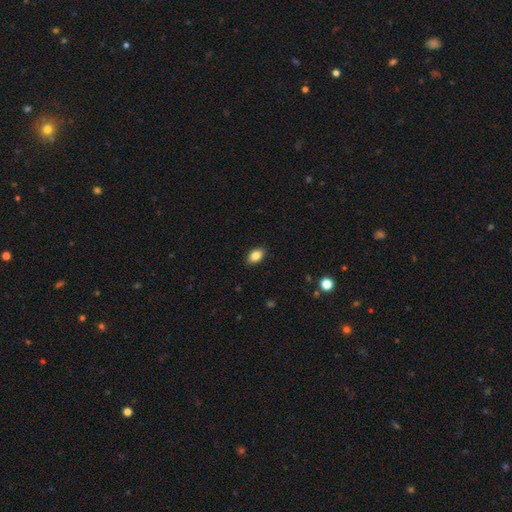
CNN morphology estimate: smooth-or-featured: smooth: 86% | star or artifact: 8% | featured or disk: 6%
  how-rounded: in between: 86% | round: 13% | cigar-shaped: 2%
  merging: none: 88% | minor disturbance: 9% | major disturbance: 2% | merger: 1%